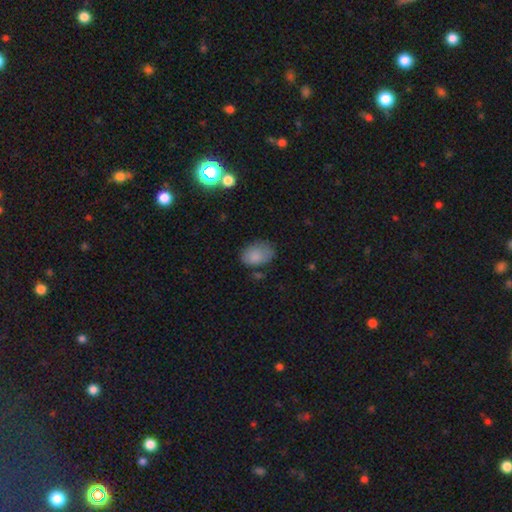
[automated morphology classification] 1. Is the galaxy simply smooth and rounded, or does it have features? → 84% smooth, 8% featured or disk, 8% star or artifact.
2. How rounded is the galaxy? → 84% in between, 15% round, 1% cigar-shaped.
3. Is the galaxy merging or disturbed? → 61% none, 27% minor disturbance, 8% major disturbance, 4% merger.